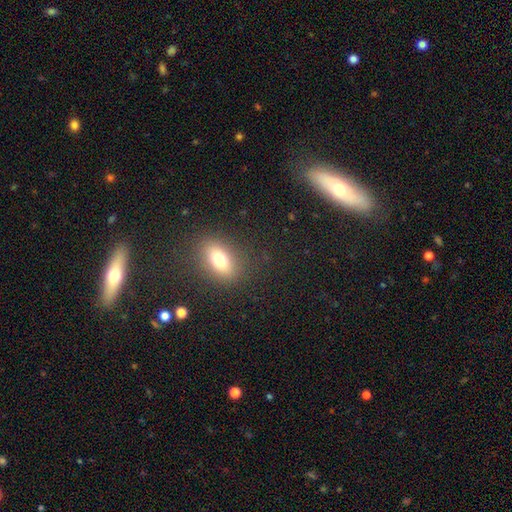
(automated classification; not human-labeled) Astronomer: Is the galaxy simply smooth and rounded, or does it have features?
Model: smooth — 47% (runner-up: featured or disk, 28%).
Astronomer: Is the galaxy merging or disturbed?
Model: none — 81%.